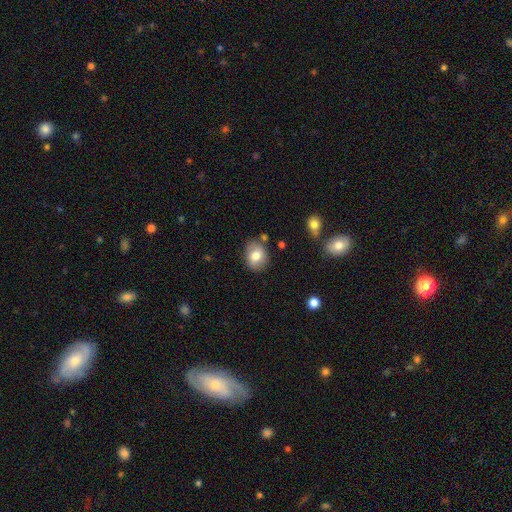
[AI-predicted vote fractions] This appears to be a smooth galaxy with no disk features (77%) that is in between round and cigar-shaped (54%). Merging: none (79%).